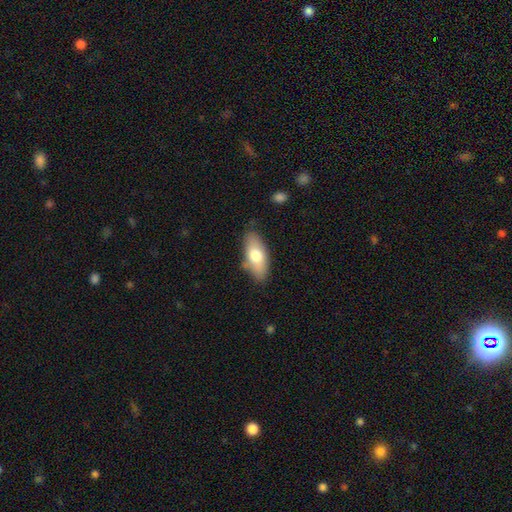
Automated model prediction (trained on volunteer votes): smooth 72%, featured or disk 22%, star or artifact 6%. Down the decision tree: how rounded — in between (82%); merging — none (74%).